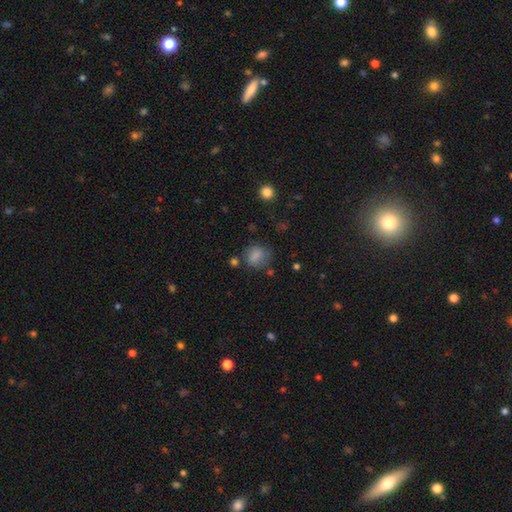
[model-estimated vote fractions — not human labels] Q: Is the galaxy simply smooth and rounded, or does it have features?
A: smooth — 78%.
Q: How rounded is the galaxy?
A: round — 61%.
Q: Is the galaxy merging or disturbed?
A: none — 61%.